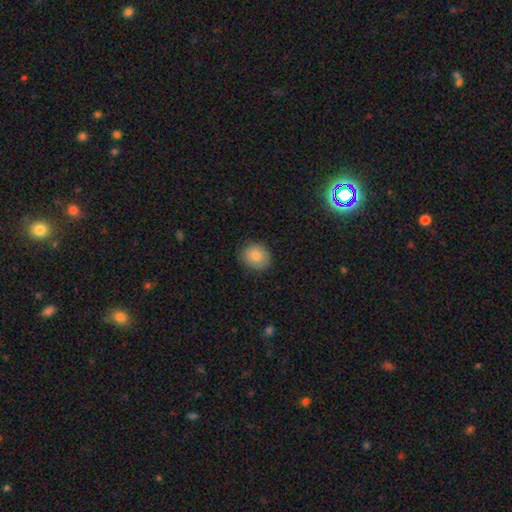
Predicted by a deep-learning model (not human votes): This is clearly a smooth galaxy (84%). How rounded: likely round (72%). Merging: clearly none (85%).